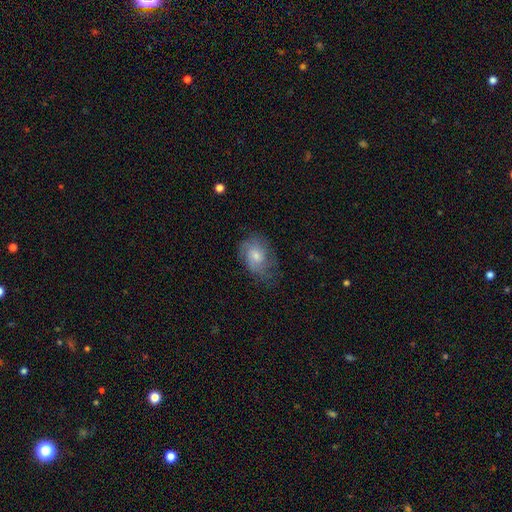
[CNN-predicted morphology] smooth-or-featured: smooth: 47% | featured or disk: 46% | star or artifact: 8%
  merging: none: 57% | minor disturbance: 28% | major disturbance: 15% | merger: 1%